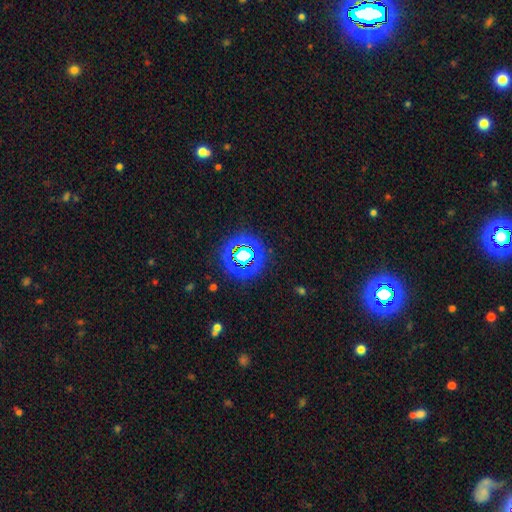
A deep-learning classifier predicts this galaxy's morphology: Smooth or featured: star or artifact — 69% (smooth — 22%)